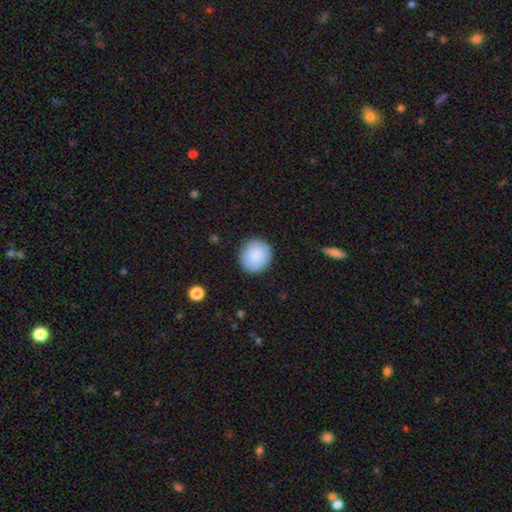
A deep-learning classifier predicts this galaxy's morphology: A smooth galaxy with no disk features (87%) that is round (90%).

Vote fractions:
- Smooth or featured? smooth: 87% / featured or disk: 7% / star or artifact: 7%
- How rounded? round: 90% / in between: 9% / cigar-shaped: 1%
- Merging? none: 90% / minor disturbance: 7% / major disturbance: 2% / merger: 1%